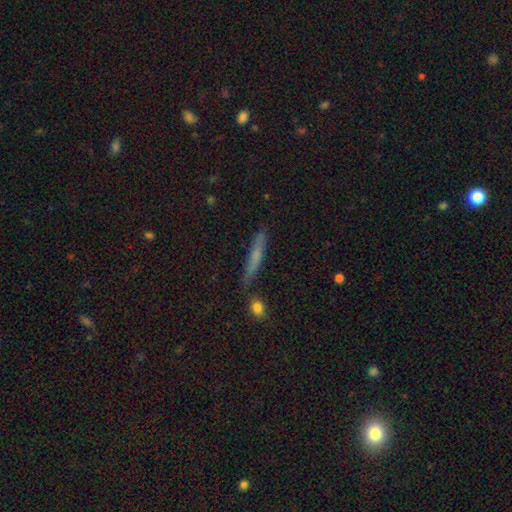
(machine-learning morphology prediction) Smooth or featured: smooth — 57% (featured or disk — 33%)
How rounded: cigar-shaped — 92% (in between — 5%)
Merging: none — 79% (minor disturbance — 14%)